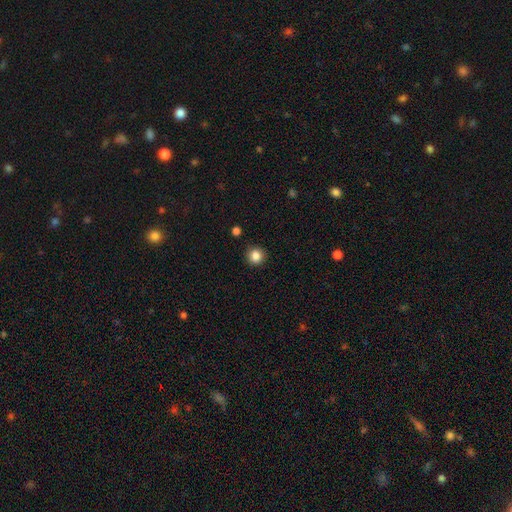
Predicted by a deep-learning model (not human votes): Q: Smooth or featured?
A: smooth (85%); runner-up: star or artifact (11%)
Q: How rounded?
A: round (93%); runner-up: in between (6%)
Q: Merging?
A: none (91%); runner-up: minor disturbance (6%)